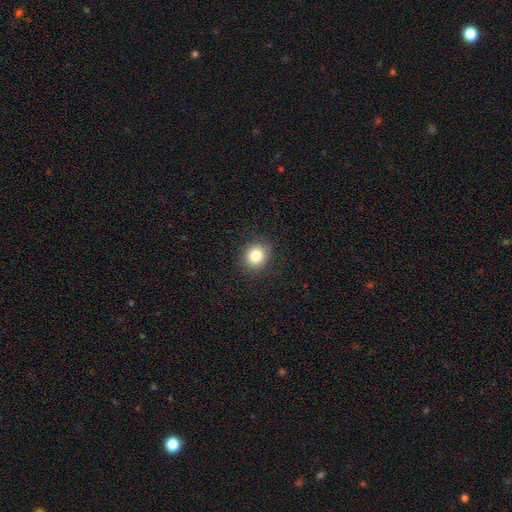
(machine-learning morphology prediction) This is clearly a smooth galaxy (82%). How rounded: clearly round (82%). Merging: clearly none (88%).